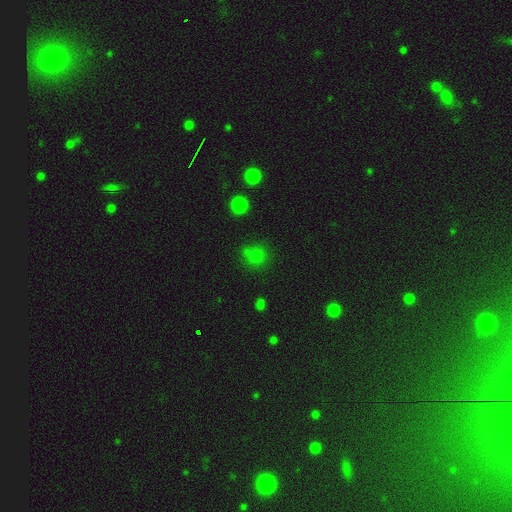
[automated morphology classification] Smooth or featured?
  - smooth: 73% *
  - star or artifact: 21%
  - featured or disk: 6%
How rounded?
  - round: 86% *
  - in between: 12%
  - cigar-shaped: 1%
Merging?
  - none: 74% *
  - minor disturbance: 14%
  - merger: 6%
  - major disturbance: 6%